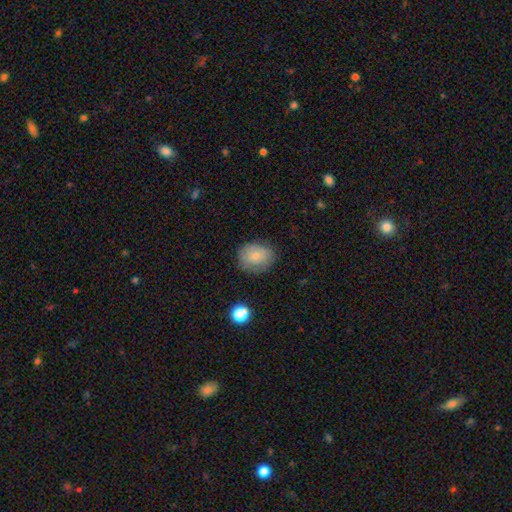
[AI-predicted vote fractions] Smooth or featured?
  - smooth: 78% *
  - featured or disk: 13%
  - star or artifact: 9%
How rounded?
  - round: 51% *
  - in between: 48%
  - cigar-shaped: 1%
Merging?
  - none: 74% *
  - minor disturbance: 19%
  - major disturbance: 5%
  - merger: 2%